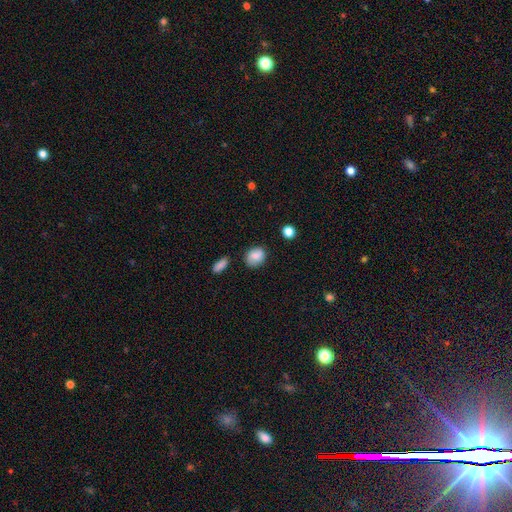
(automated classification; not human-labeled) Smooth or featured?
  - smooth: 81% *
  - featured or disk: 11%
  - star or artifact: 8%
How rounded?
  - in between: 49% * (tied)
  - round: 49% * (tied)
  - cigar-shaped: 1%
Merging?
  - none: 76% *
  - minor disturbance: 17%
  - major disturbance: 4%
  - merger: 3%